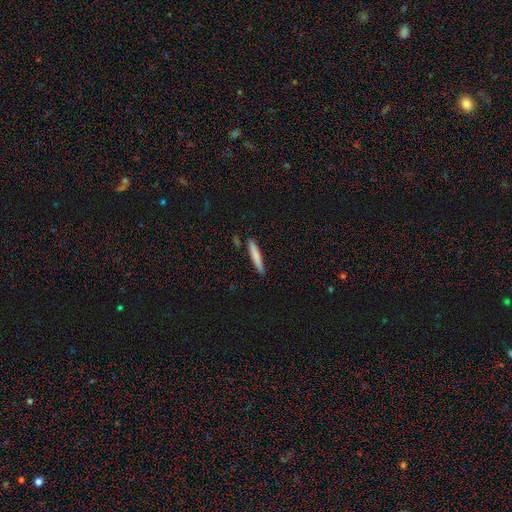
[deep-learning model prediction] Overall: smooth (76%). How rounded: cigar-shaped (94%). Merging: none (85%).